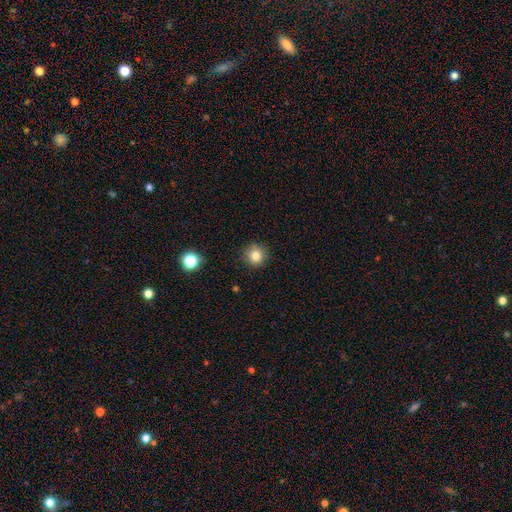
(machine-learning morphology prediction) smooth 82%, star or artifact 11%, featured or disk 6%. Down the decision tree: how rounded — round (93%); merging — none (89%).